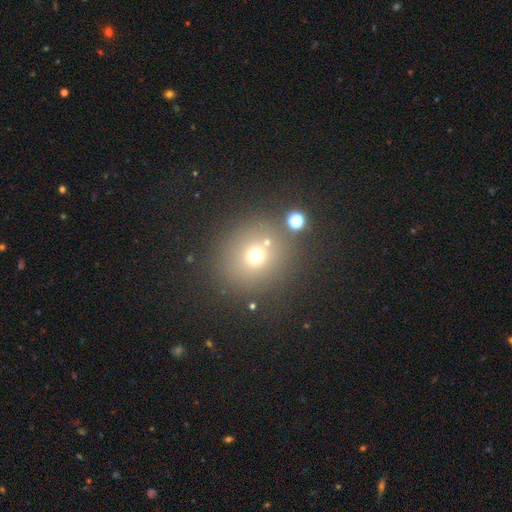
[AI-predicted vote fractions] Smooth or featured? smooth (66%)
How rounded? round (87%)
Merging? none (77%)